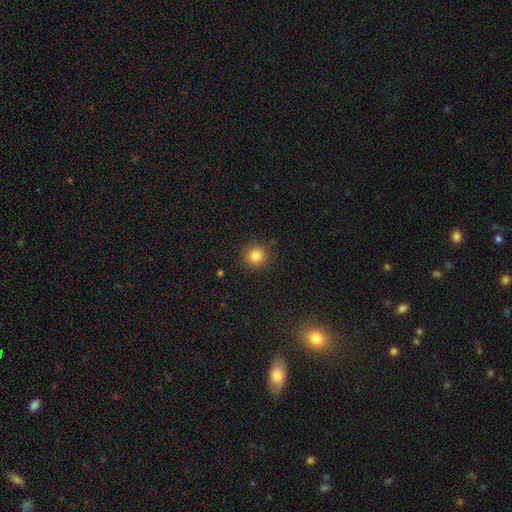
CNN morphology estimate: smooth_or_featured: smooth (p=0.83) [alt: star or artifact p=0.12]
how_rounded: round (p=0.92) [alt: in between p=0.07]
merging: none (p=0.90) [alt: minor disturbance p=0.07]